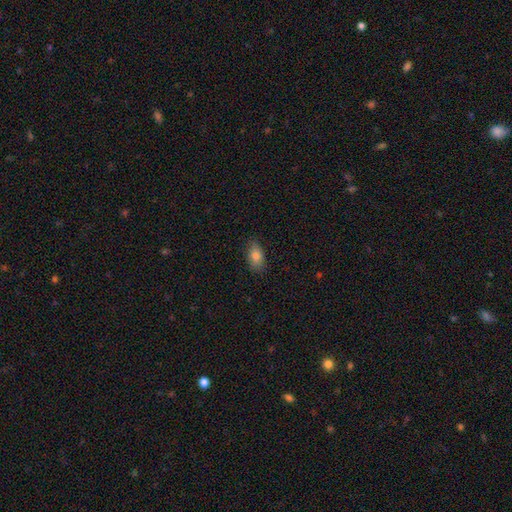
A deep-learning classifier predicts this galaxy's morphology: type=smooth (82%); roundness=in between (90%); merging=none (80%).